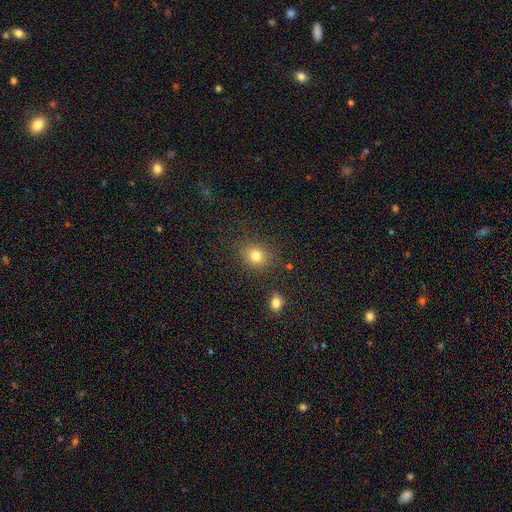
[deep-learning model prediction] smooth_or_featured: smooth (p=0.80) [alt: star or artifact p=0.12]
how_rounded: round (p=0.70) [alt: in between p=0.29]
merging: none (p=0.82) [alt: minor disturbance p=0.11]